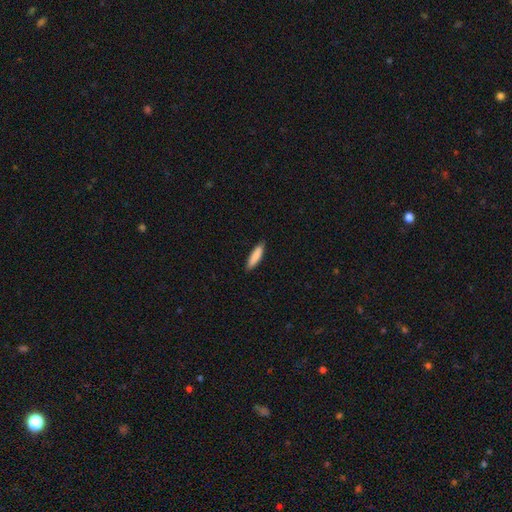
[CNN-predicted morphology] Smooth or featured? smooth (86%)
How rounded? cigar-shaped (76%)
Merging? none (87%)